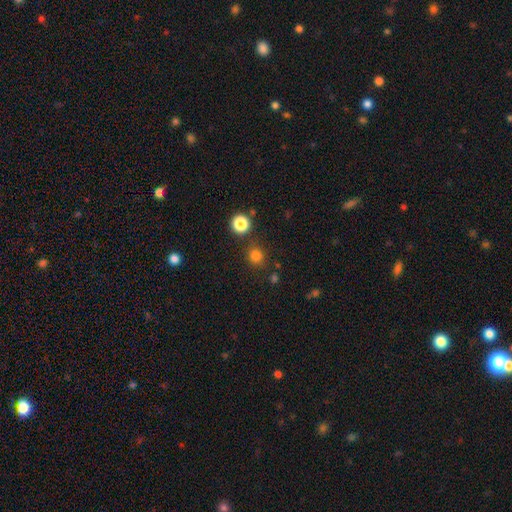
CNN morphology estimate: Overall: smooth (79%). How rounded: round (89%). Merging: none (82%).